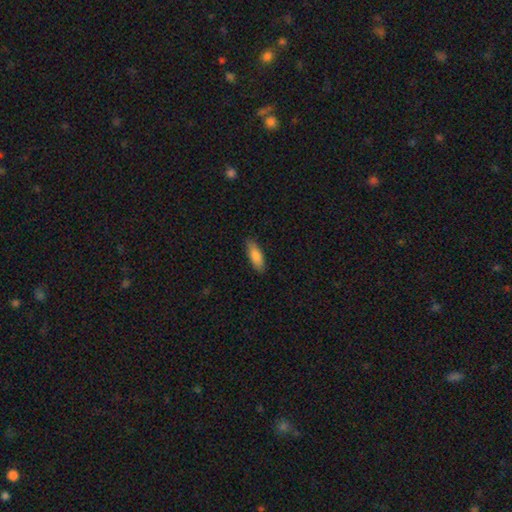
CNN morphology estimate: Smooth or featured? smooth (86%)
How rounded? in between (64%)
Merging? none (86%)